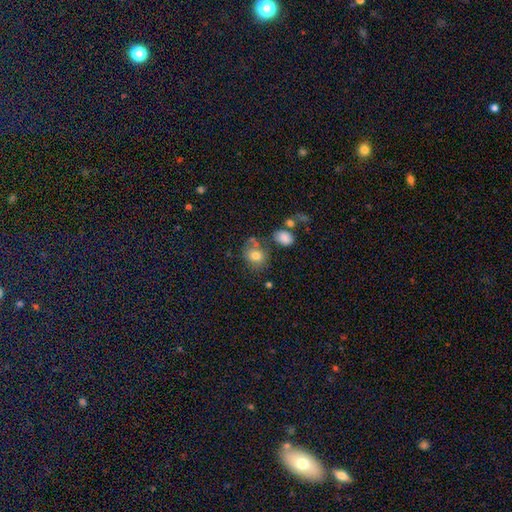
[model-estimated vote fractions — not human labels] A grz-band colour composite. It shows a smooth galaxy with no disk features (77%) that is round (58%). Merging: none (62%).